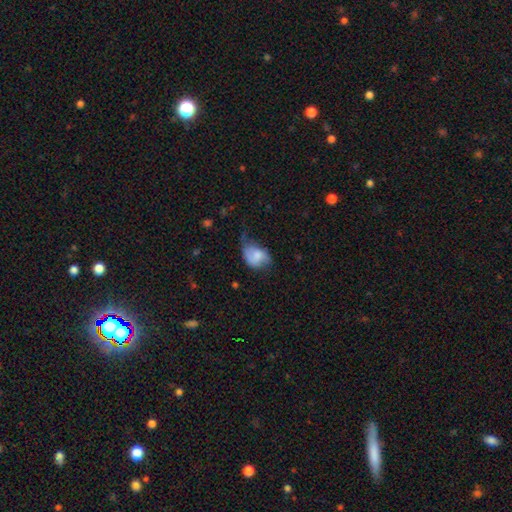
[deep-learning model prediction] Overall: smooth (60%; featured or disk 32%). How rounded: in between (74%). Merging: minor disturbance (39%; none 29%).